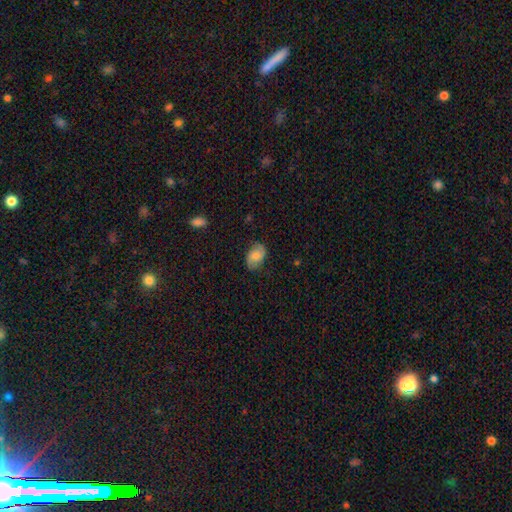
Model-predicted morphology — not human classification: Q: Smooth or featured?
A: smooth (61%); runner-up: featured or disk (31%)
Q: How rounded?
A: in between (84%); runner-up: round (15%)
Q: Merging?
A: none (77%); runner-up: minor disturbance (18%)